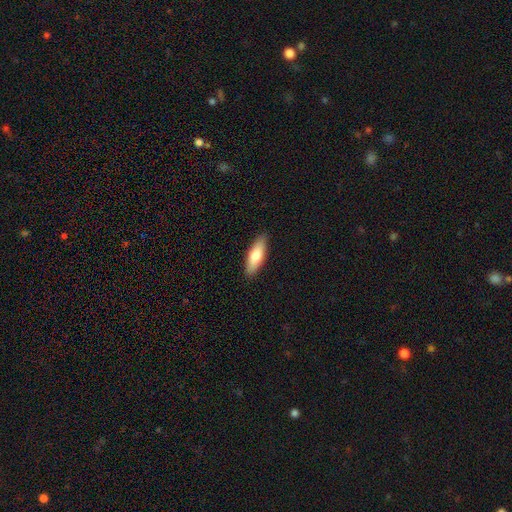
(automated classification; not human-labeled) Overall: smooth (76%). How rounded: in between (53%; cigar-shaped 45%). Merging: none (89%).